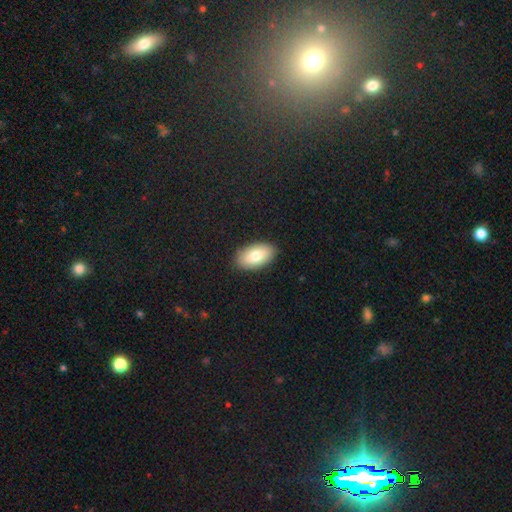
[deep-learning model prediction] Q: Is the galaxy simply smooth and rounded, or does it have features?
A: smooth — 80%.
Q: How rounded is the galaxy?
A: in between — 95%.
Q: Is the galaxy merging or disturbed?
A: none — 88%.